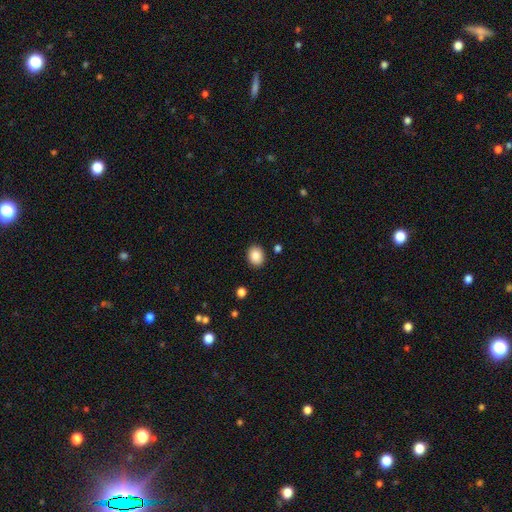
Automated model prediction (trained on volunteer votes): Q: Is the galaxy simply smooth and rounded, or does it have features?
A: smooth — 88%.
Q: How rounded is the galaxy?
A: in between — 52%.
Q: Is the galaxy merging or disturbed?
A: none — 89%.